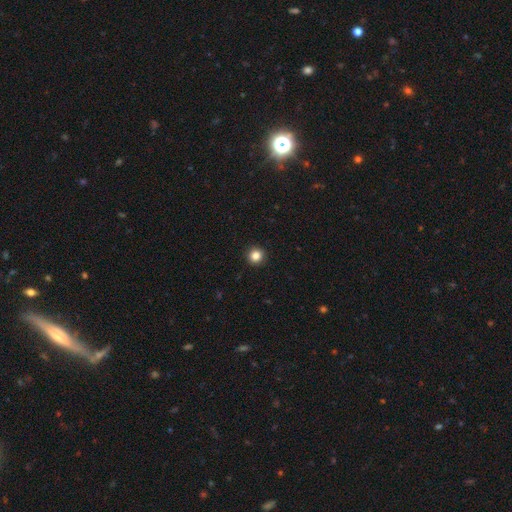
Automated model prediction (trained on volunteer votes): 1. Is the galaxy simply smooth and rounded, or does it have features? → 84% smooth, 11% star or artifact, 4% featured or disk.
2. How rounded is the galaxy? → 94% round, 5% in between, 1% cigar-shaped.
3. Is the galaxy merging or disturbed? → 93% none, 4% minor disturbance, 1% major disturbance, 1% merger.